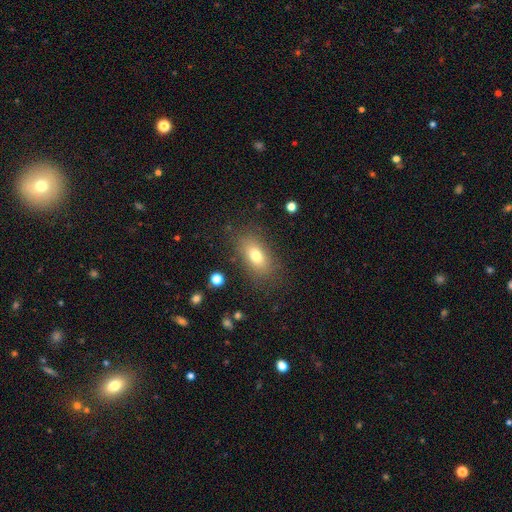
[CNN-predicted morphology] This is likely a smooth galaxy (75%). How rounded: clearly in between (86%). Merging: clearly none (82%).